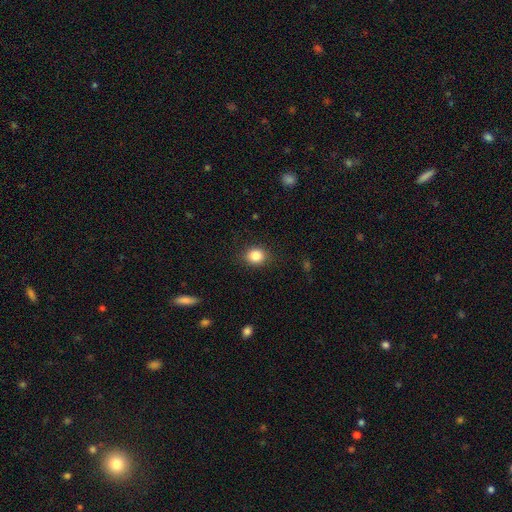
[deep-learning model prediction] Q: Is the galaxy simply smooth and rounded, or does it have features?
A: smooth — 85%.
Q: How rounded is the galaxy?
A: round — 64%.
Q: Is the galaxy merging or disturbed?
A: none — 86%.